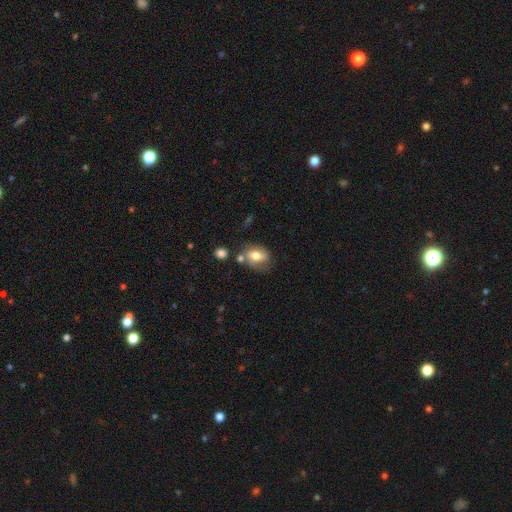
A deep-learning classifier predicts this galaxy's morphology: smooth 53%, featured or disk 38%, star or artifact 9%. Down the decision tree: how rounded — in between (72%); merging — none (53%).